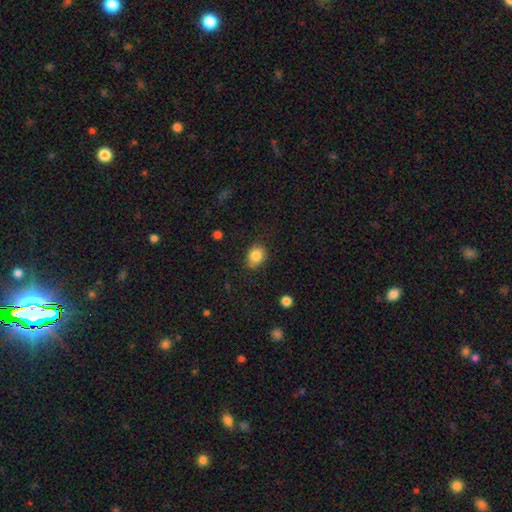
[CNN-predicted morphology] type=smooth (84%); roundness=in between (50%); merging=none (77%).